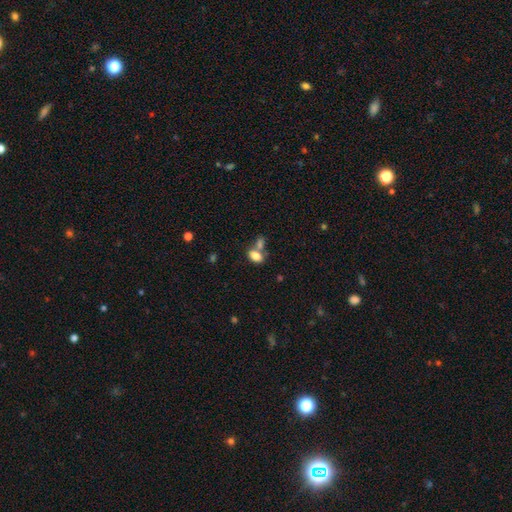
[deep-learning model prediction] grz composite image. It shows a smooth galaxy with no disk features (81%) that is in between round and cigar-shaped (88%). Merging: merger (43%).